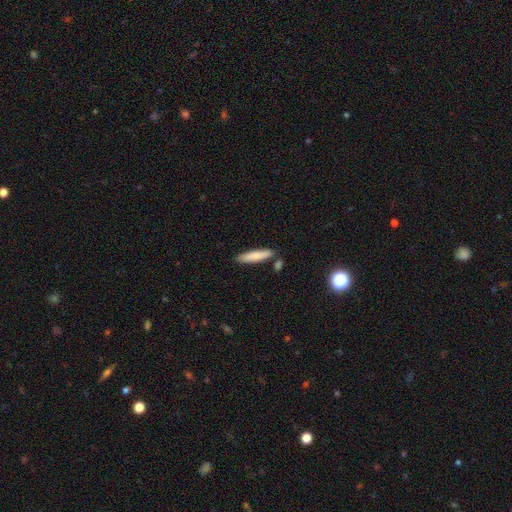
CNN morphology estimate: A smooth galaxy with no disk features (79%) that is cigar-shaped (82%). Merging: none (81%).